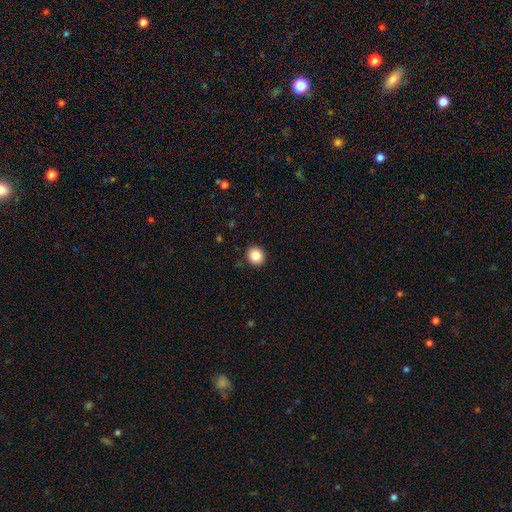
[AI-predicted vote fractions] Q: Smooth or featured?
A: smooth (85%); runner-up: star or artifact (10%)
Q: How rounded?
A: round (89%); runner-up: in between (10%)
Q: Merging?
A: none (91%); runner-up: minor disturbance (6%)